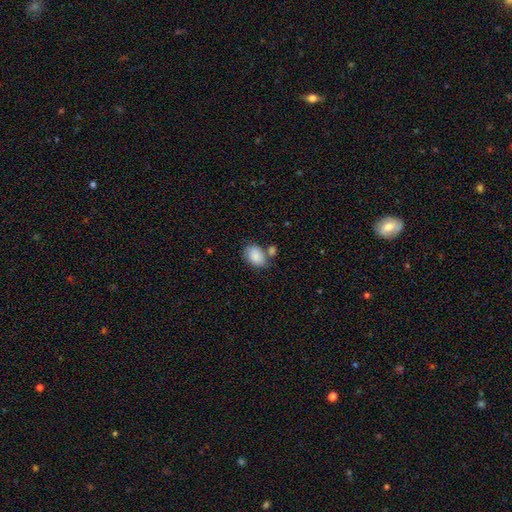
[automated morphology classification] A smooth galaxy with no disk features (86%) that is in between round and cigar-shaped (83%).

Vote fractions:
- Smooth or featured? smooth: 86% / star or artifact: 7% / featured or disk: 7%
- How rounded? in between: 83% / round: 16% / cigar-shaped: 1%
- Merging? none: 59% / merger: 19% / minor disturbance: 17% / major disturbance: 5%